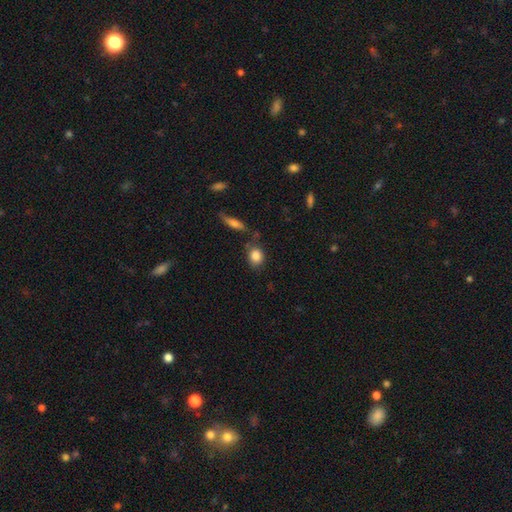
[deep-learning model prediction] Q: Smooth or featured?
A: smooth (85%); runner-up: star or artifact (8%)
Q: How rounded?
A: round (54%); runner-up: in between (43%)
Q: Merging?
A: none (68%); runner-up: minor disturbance (16%)